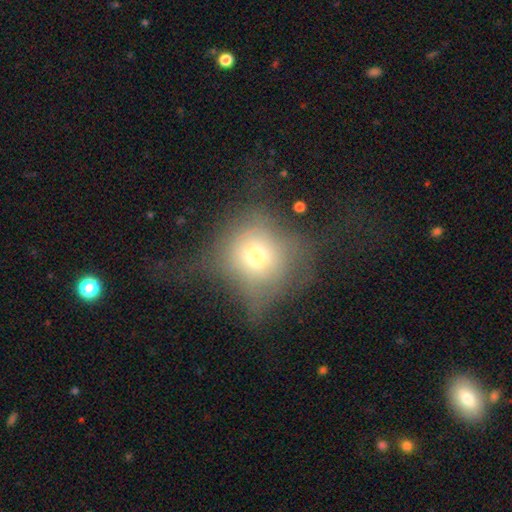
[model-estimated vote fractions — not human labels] Morphology: type=smooth (60%); roundness=round (81%); merging=none (43%).